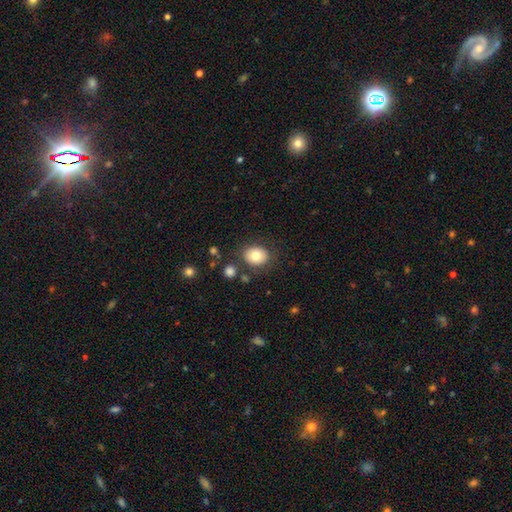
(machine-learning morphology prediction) smooth_or_featured: smooth (p=0.79) [alt: featured or disk p=0.12]
how_rounded: round (p=0.59) [alt: in between p=0.40]
merging: none (p=0.82) [alt: minor disturbance p=0.10]